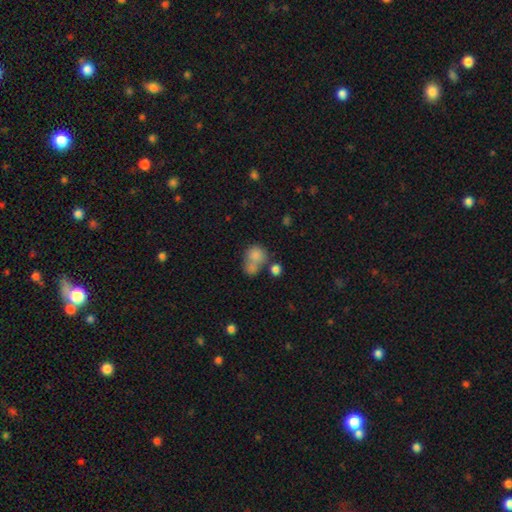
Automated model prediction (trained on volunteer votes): A smooth galaxy with no disk features (79%) that is round (62%).

Vote fractions:
- Smooth or featured? smooth: 79% / featured or disk: 11% / star or artifact: 10%
- How rounded? round: 62% / in between: 37% / cigar-shaped: 1%
- Merging? merger: 50% / none: 31% / minor disturbance: 11% / major disturbance: 8%